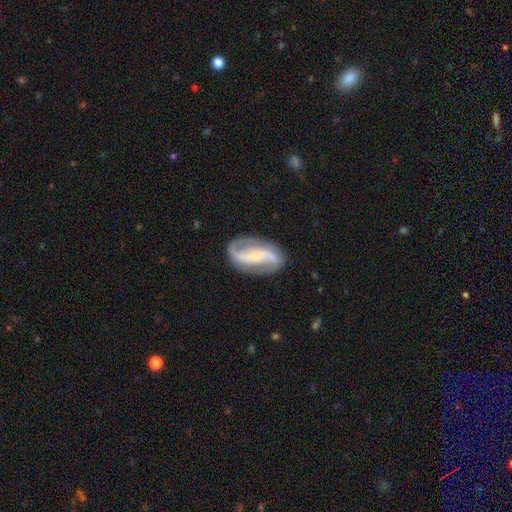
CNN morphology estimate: Q: Smooth or featured?
A: featured or disk (87%); runner-up: smooth (9%)
Q: Edge-on disk?
A: no (96%); runner-up: yes (4%)
Q: Bar?
A: strong (46%); runner-up: weak (29%)
Q: Spiral arms?
A: yes (95%); runner-up: no (5%)
Q: Spiral winding?
A: loose (45%); runner-up: medium (38%)
Q: Spiral arm count?
A: 2 (92%); runner-up: can't tell (3%)
Q: Bulge size?
A: small (70%); runner-up: moderate (22%)
Q: Merging?
A: none (81%); runner-up: minor disturbance (13%)